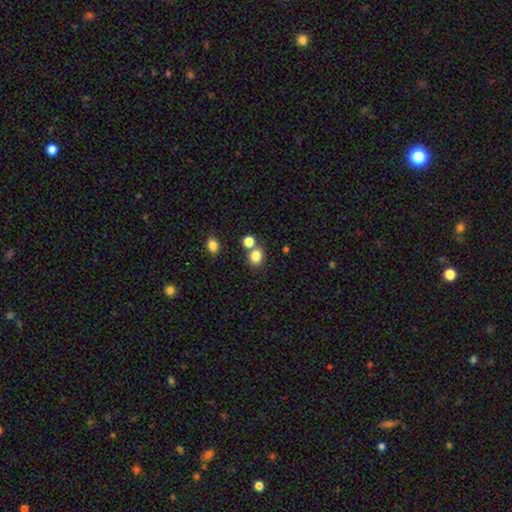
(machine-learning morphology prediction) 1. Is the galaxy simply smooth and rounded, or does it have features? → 82% smooth, 12% star or artifact, 6% featured or disk.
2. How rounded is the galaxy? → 70% round, 29% in between, 1% cigar-shaped.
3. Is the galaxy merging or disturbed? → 62% none, 25% merger, 9% minor disturbance, 3% major disturbance.